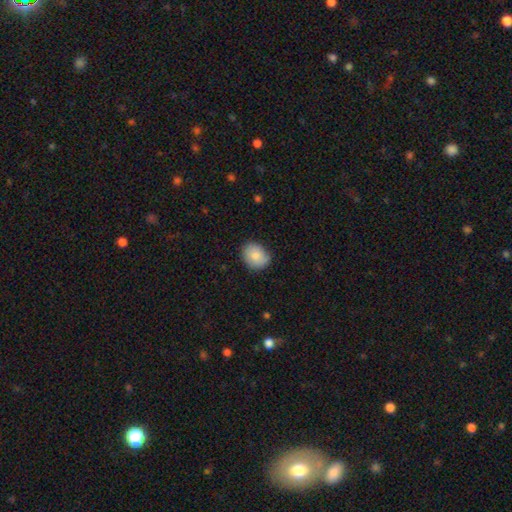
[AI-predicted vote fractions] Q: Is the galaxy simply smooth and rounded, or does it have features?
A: smooth — 84%.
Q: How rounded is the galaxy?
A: round — 51%.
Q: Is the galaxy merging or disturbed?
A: none — 79%.